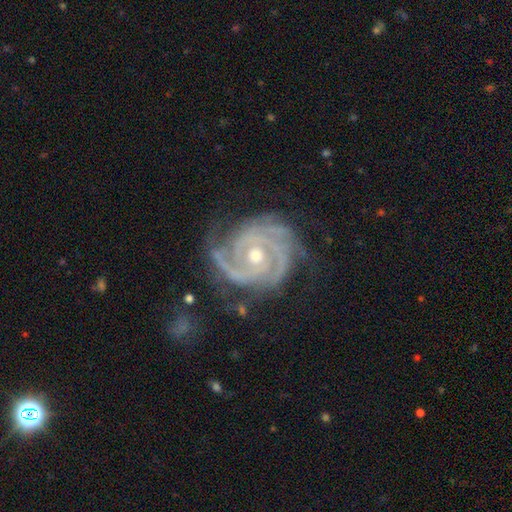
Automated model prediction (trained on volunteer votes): Smooth or featured? Predicted: featured or disk (p=0.93). Edge-on disk? Predicted: no (p=0.98). Bar? Predicted: no (p=0.71). Spiral arms? Predicted: yes (p=0.98). Spiral winding? Predicted: tight (p=0.78). Spiral arm count? Predicted: 3 (p=0.36). Bulge size? Predicted: moderate (p=0.64). Merging? Predicted: none (p=0.69).